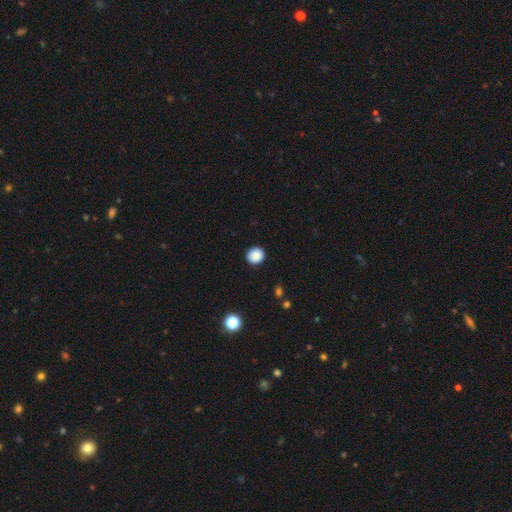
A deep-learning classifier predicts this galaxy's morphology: The model was most divided on "smooth or featured": smooth: 88%, star or artifact: 9%, featured or disk: 3%. More confident: merging — none (91%); how rounded — round (90%).